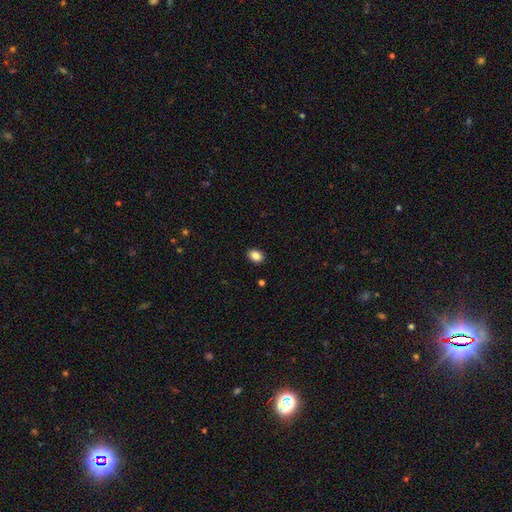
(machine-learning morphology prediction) Smooth or featured? Predicted: smooth (p=0.86). How rounded? Predicted: in between (p=0.65). Merging? Predicted: none (p=0.90).